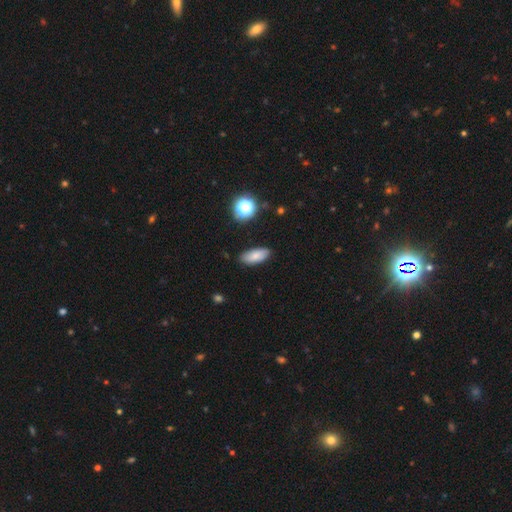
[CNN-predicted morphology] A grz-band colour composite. It shows a smooth galaxy with no disk features (79%) that is in between round and cigar-shaped (84%). Merging: none (85%).